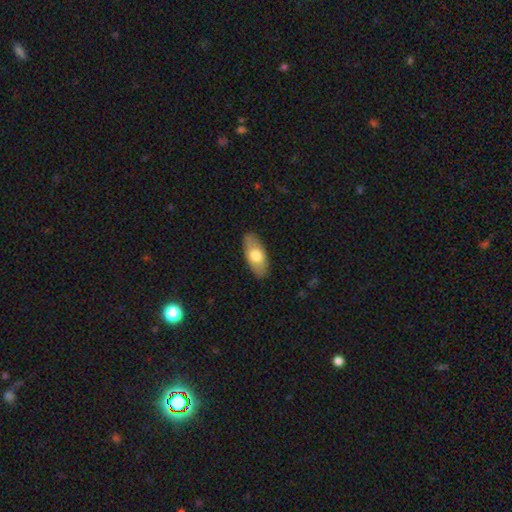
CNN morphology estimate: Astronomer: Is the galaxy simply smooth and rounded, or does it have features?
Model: smooth — 68%.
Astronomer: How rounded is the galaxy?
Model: in between — 88%.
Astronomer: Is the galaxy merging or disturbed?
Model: none — 87%.